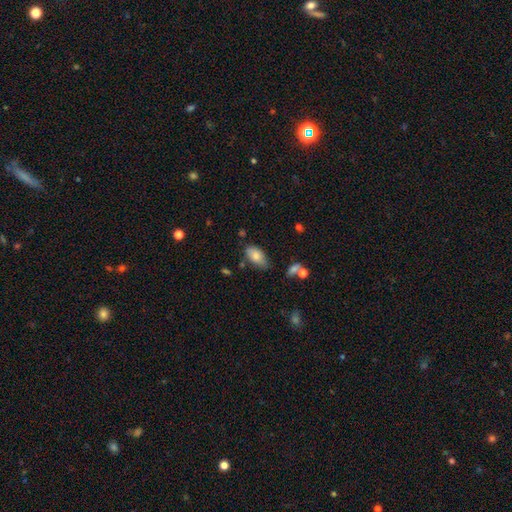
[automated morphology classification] type=smooth (79%); roundness=in between (92%); merging=none (65%).